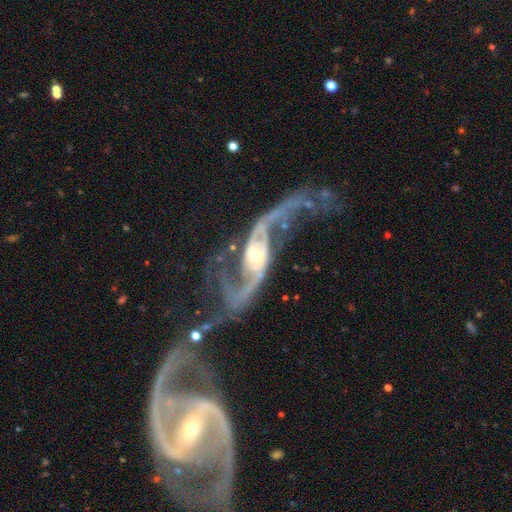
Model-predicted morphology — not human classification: featured or disk 91%, star or artifact 5%, smooth 4%. Down the decision tree: edge-on disk — no (95%); bar — no (45%); spiral arms — yes (96%); spiral arm count — 2 (92%); spiral winding — loose (69%); bulge size — moderate (59%); merging — none (42%).